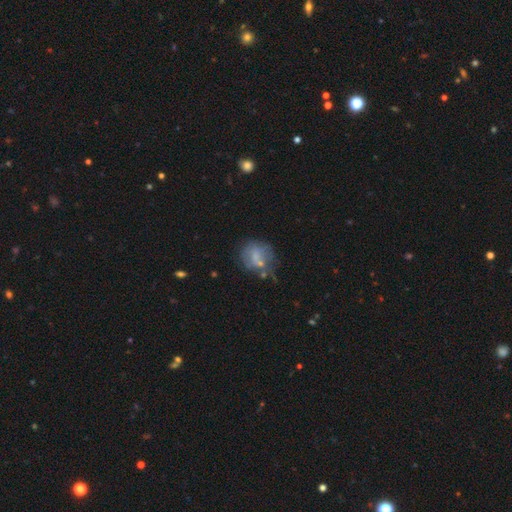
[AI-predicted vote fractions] A smooth galaxy with no disk features (54%) that is round (73%). Merging: none (41%).